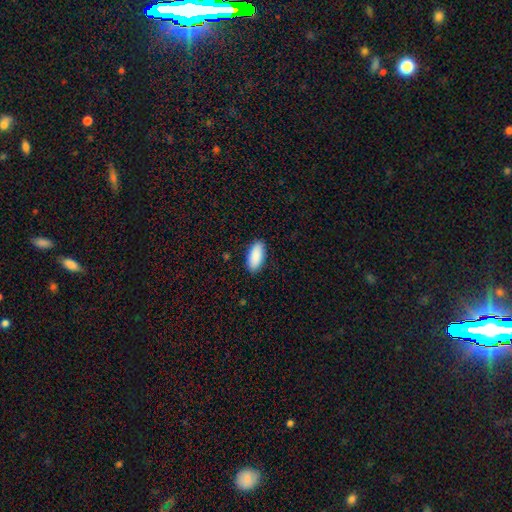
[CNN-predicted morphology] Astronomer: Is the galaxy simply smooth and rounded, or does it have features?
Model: smooth — 91%.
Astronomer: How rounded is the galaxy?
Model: in between — 90%.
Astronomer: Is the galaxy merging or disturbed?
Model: none — 89%.